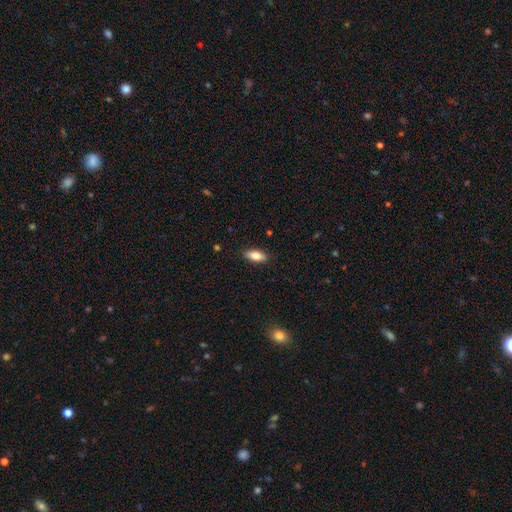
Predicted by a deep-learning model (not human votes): smooth 81%, featured or disk 12%, star or artifact 7%. Down the decision tree: how rounded — in between (83%); merging — none (88%).